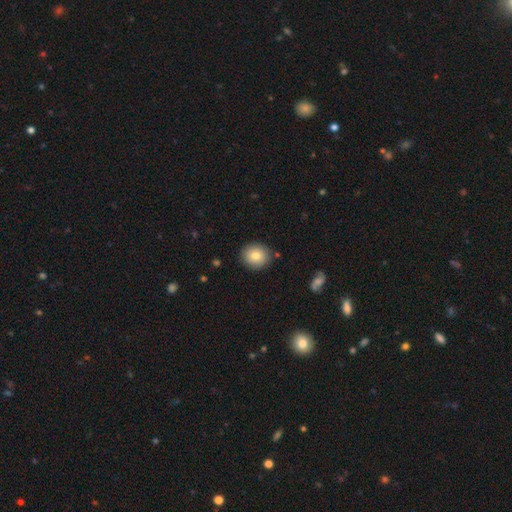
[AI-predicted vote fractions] Smooth or featured?
  - smooth: 80% *
  - featured or disk: 11%
  - star or artifact: 9%
How rounded?
  - round: 81% *
  - in between: 18%
  - cigar-shaped: 1%
Merging?
  - none: 88% *
  - minor disturbance: 8%
  - major disturbance: 2%
  - merger: 2%